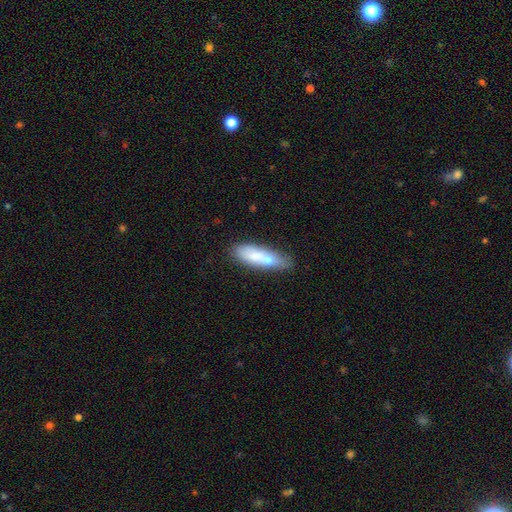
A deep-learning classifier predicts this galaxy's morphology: smooth_or_featured: smooth (p=0.71) [alt: featured or disk p=0.22]
how_rounded: cigar-shaped (p=0.67) [alt: in between p=0.31]
merging: none (p=0.67) [alt: minor disturbance p=0.18]